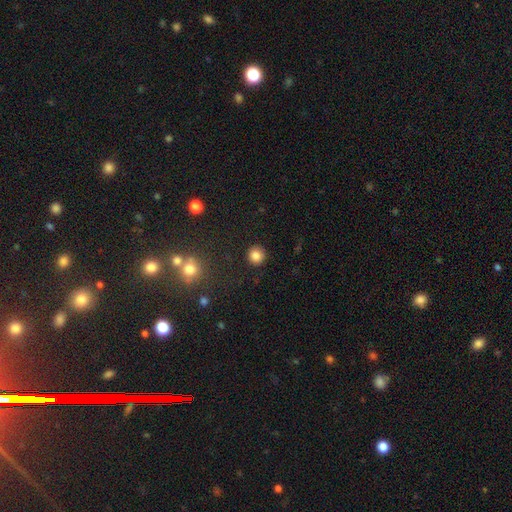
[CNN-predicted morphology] This is clearly a smooth galaxy (84%). How rounded: clearly round (94%). Merging: clearly none (92%).